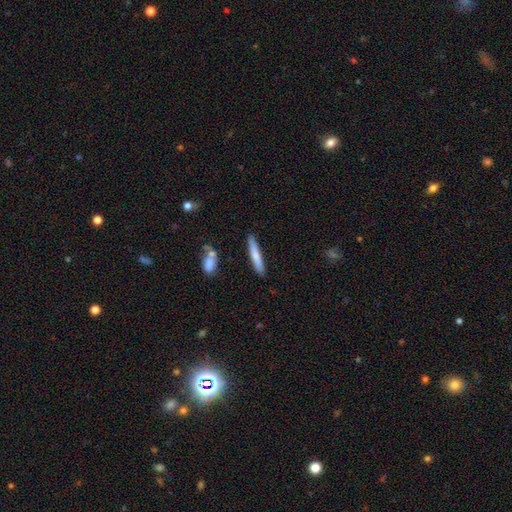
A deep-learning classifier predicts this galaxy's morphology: A smooth galaxy with no disk features (71%) that is cigar-shaped (93%).

Vote fractions:
- Smooth or featured? smooth: 71% / featured or disk: 23% / star or artifact: 6%
- How rounded? cigar-shaped: 93% / in between: 6% / round: 1%
- Merging? none: 85% / minor disturbance: 10% / merger: 3% / major disturbance: 2%